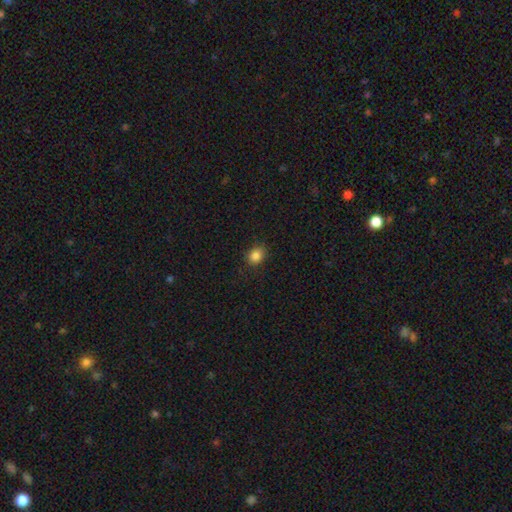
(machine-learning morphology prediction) Smooth or featured?
  - smooth: 85% *
  - star or artifact: 11%
  - featured or disk: 4%
How rounded?
  - round: 58% *
  - in between: 41%
  - cigar-shaped: 1%
Merging?
  - none: 86% *
  - minor disturbance: 10%
  - major disturbance: 3%
  - merger: 1%